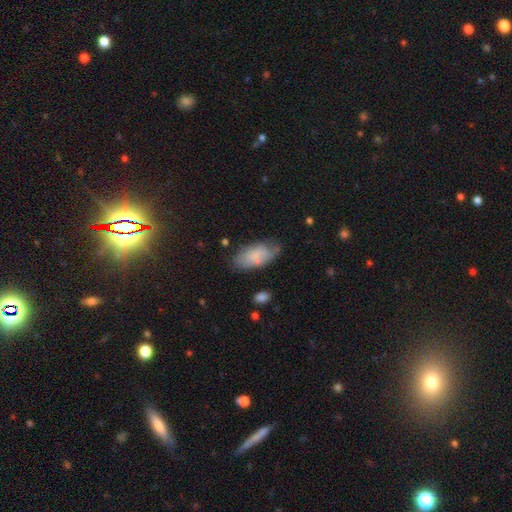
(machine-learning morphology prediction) smooth_or_featured: smooth (p=0.73) [alt: featured or disk p=0.20]
how_rounded: in between (p=0.92) [alt: cigar-shaped p=0.06]
merging: none (p=0.62) [alt: minor disturbance p=0.27]